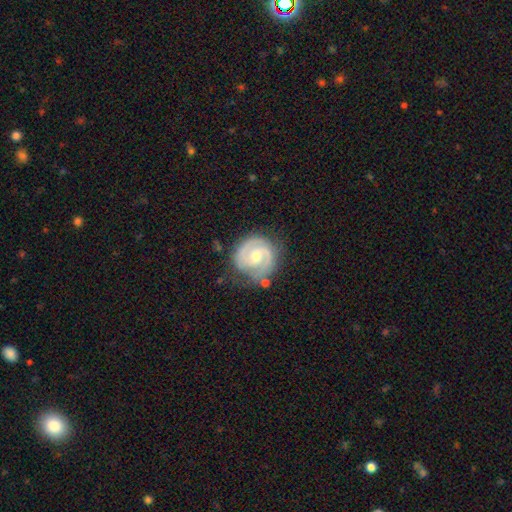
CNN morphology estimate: A featured or disk galaxy (86%) with no bar (50%), 2 (82%) tight (57%) spiral arms (97%) and a moderate central bulge (57%). Merging: none (73%).